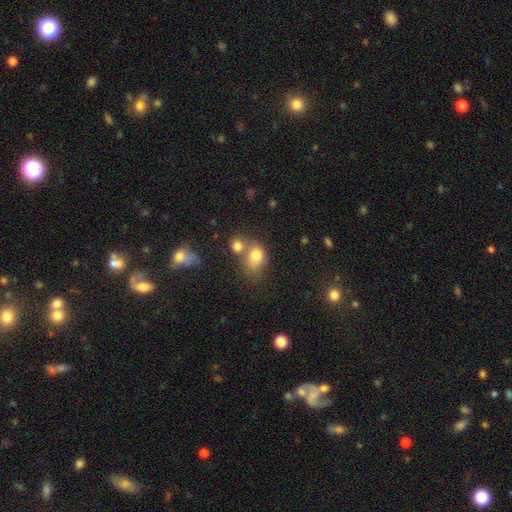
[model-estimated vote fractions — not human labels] Smooth or featured?
  - smooth: 77% *
  - featured or disk: 12%
  - star or artifact: 11%
How rounded?
  - in between: 54% *
  - round: 45%
  - cigar-shaped: 1%
Merging?
  - merger: 45% *
  - none: 33%
  - minor disturbance: 13%
  - major disturbance: 8%